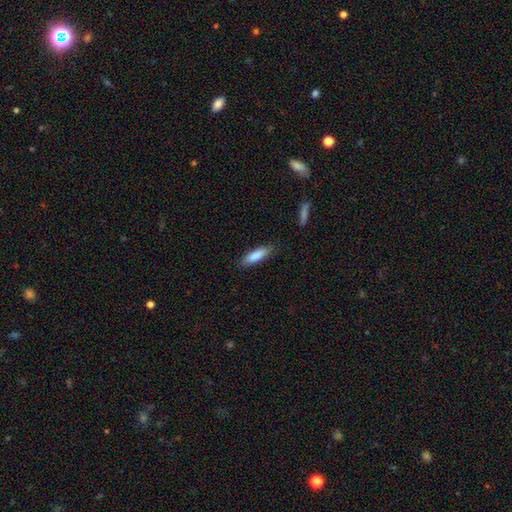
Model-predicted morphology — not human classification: The model was most divided on "how rounded": cigar-shaped: 61%, in between: 38%, round: 1%. More confident: smooth or featured — smooth (85%); merging — none (85%).